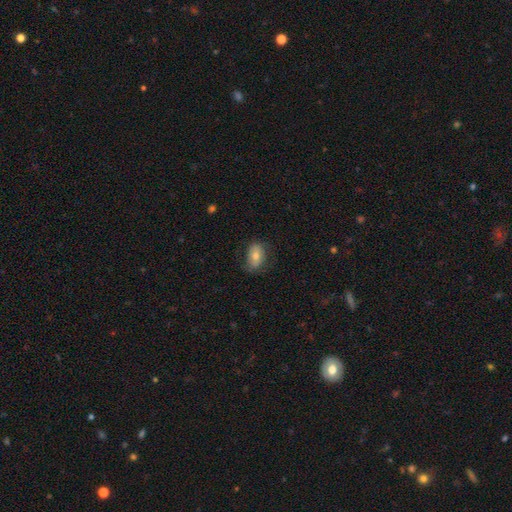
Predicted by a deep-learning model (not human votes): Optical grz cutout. It shows a smooth galaxy with no disk features (63%) that is in between round and cigar-shaped (81%). Merging: none (72%).